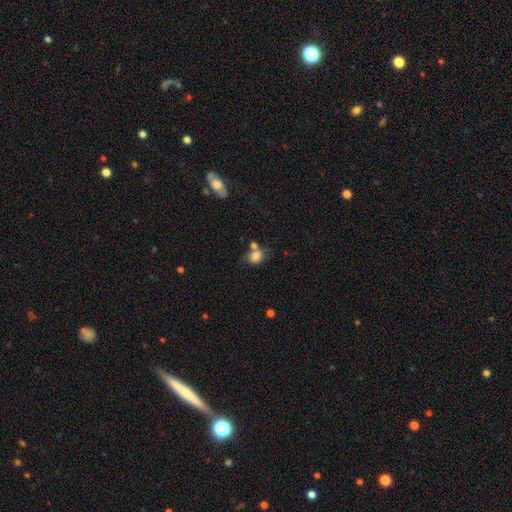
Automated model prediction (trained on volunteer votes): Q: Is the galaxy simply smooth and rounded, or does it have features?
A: smooth — 79%.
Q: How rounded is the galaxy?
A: in between — 62%.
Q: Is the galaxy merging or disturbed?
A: none — 47%.